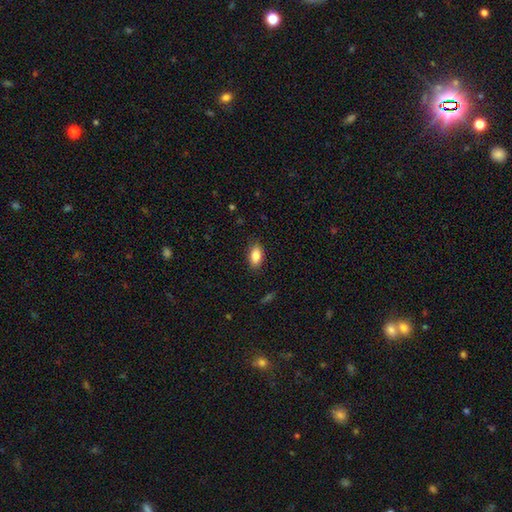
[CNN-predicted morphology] Smooth or featured? Predicted: smooth (p=0.86). How rounded? Predicted: in between (p=0.90). Merging? Predicted: none (p=0.86).